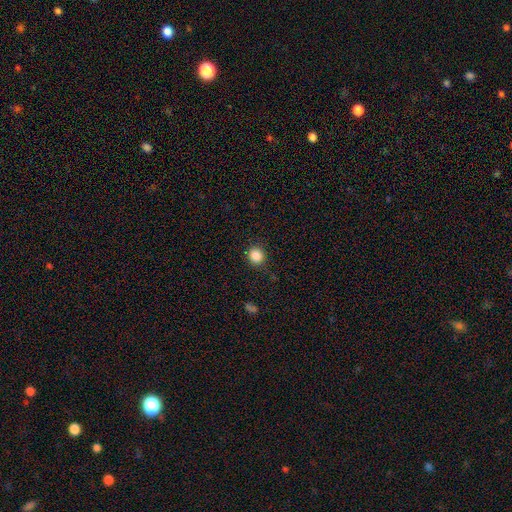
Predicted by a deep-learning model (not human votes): A smooth galaxy with no disk features (86%) that is round (88%). Merging: none (89%).